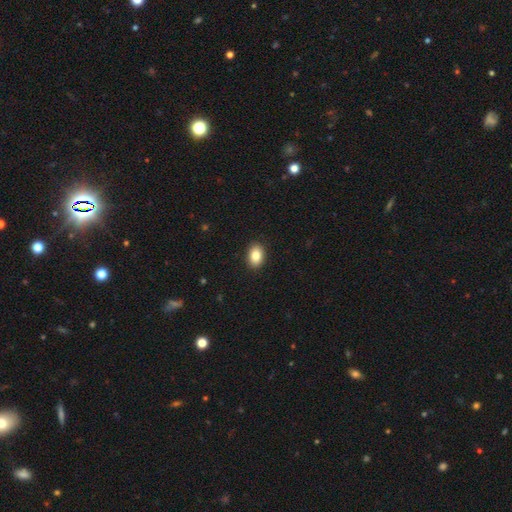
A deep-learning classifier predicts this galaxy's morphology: Smooth or featured? smooth (86%)
How rounded? in between (83%)
Merging? none (90%)